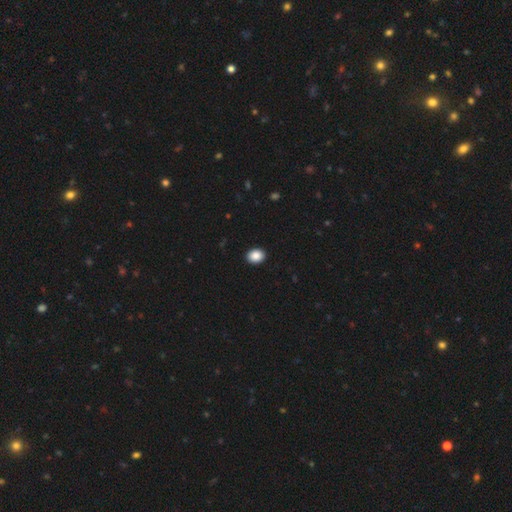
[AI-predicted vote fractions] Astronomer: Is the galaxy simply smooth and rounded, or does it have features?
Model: smooth — 88%.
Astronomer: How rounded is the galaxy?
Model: in between — 55% (runner-up: round, 44%).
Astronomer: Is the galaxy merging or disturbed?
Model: none — 92%.